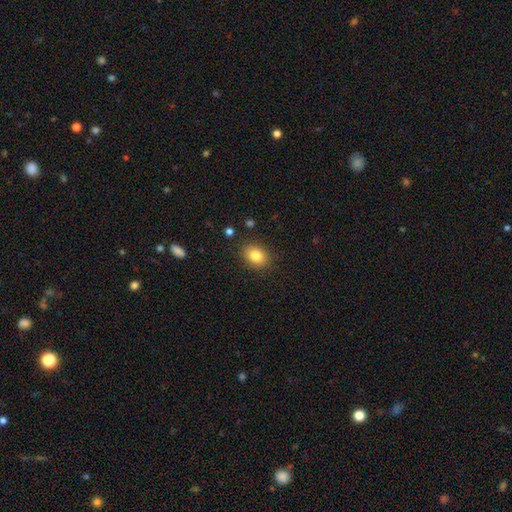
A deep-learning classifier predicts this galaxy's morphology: Q: Smooth or featured?
A: smooth (83%); runner-up: star or artifact (10%)
Q: How rounded?
A: in between (58%); runner-up: round (41%)
Q: Merging?
A: none (86%); runner-up: minor disturbance (10%)